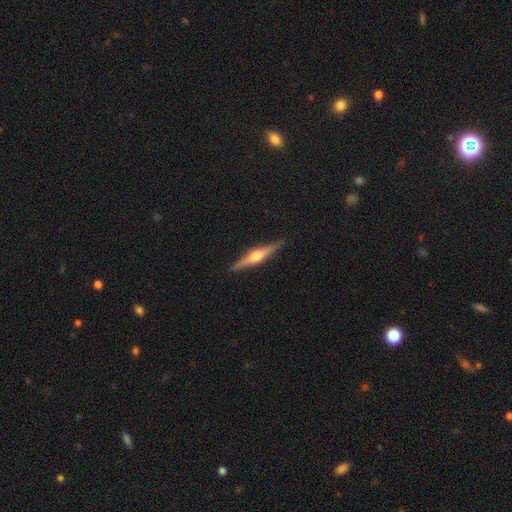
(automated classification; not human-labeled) smooth_or_featured: featured or disk (p=0.73) [alt: smooth p=0.21]
disk_edge_on: yes (p=0.98) [alt: no p=0.02]
edge_on_bulge: rounded (p=0.91) [alt: boxy p=0.05]
merging: none (p=0.91) [alt: minor disturbance p=0.07]